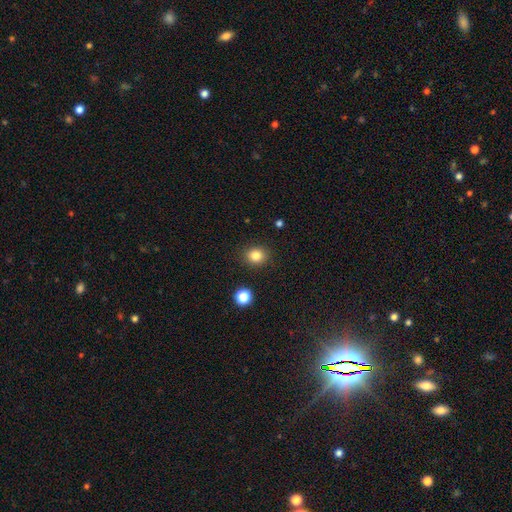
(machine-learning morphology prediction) Q: Smooth or featured?
A: smooth (83%); runner-up: star or artifact (11%)
Q: How rounded?
A: round (73%); runner-up: in between (26%)
Q: Merging?
A: none (89%); runner-up: minor disturbance (7%)